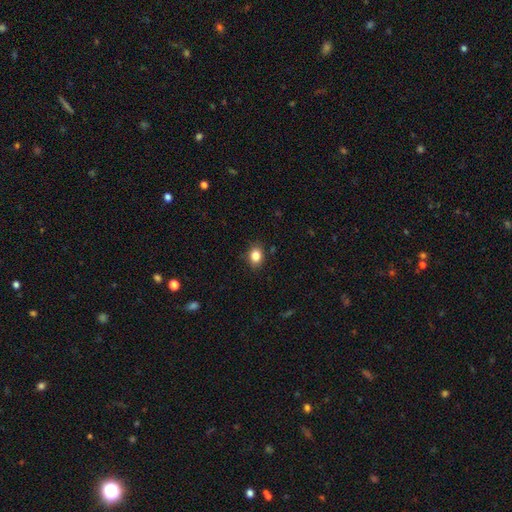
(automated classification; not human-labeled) This appears to be a smooth galaxy with no disk features (85%) that is in between round and cigar-shaped (58%). Merging: none (85%).